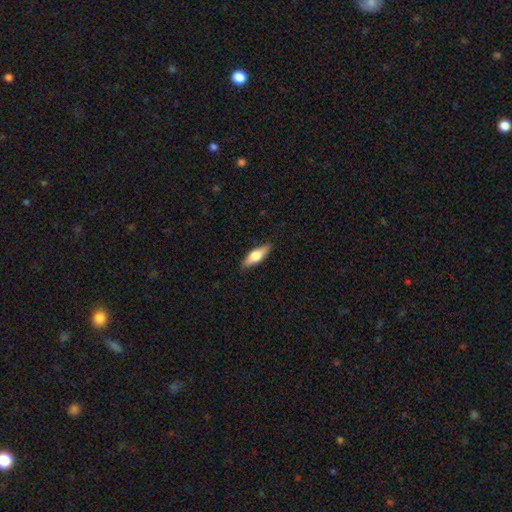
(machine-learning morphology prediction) smooth-or-featured: smooth: 59% | featured or disk: 35% | star or artifact: 6%
  how-rounded: in between: 54% | cigar-shaped: 43% | round: 3%
  merging: none: 87% | minor disturbance: 10% | major disturbance: 2% | merger: 1%